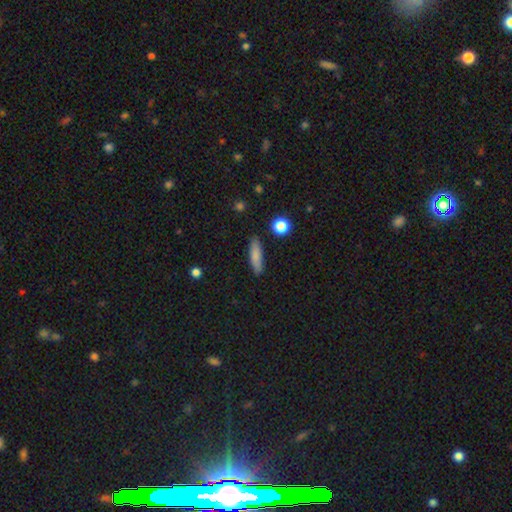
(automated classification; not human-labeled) This is clearly a smooth galaxy (82%). How rounded: likely cigar-shaped (69%). Merging: clearly none (88%).